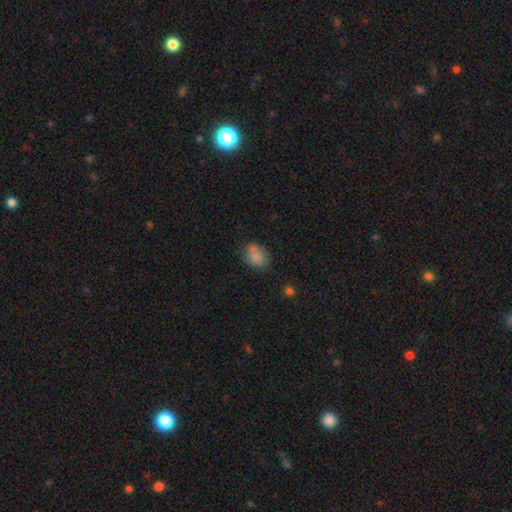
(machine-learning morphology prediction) This is clearly a smooth galaxy (80%). How rounded: likely in between (70%). Merging: likely none (61%).